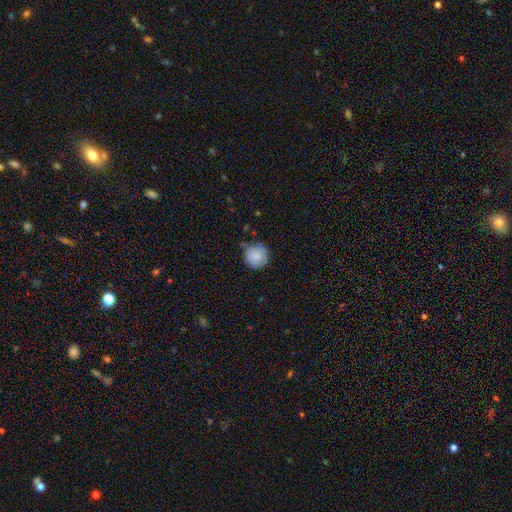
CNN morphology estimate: This appears to be a smooth galaxy with no disk features (81%) that is round (92%). Merging: none (70%).